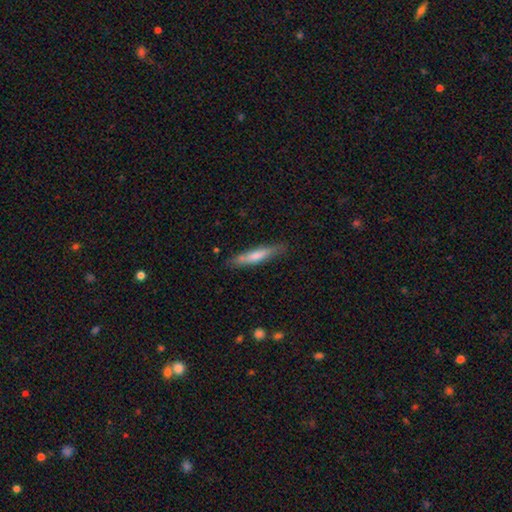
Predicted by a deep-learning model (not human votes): Smooth or featured: smooth — 69% (featured or disk — 25%)
How rounded: cigar-shaped — 87% (in between — 12%)
Merging: none — 79% (minor disturbance — 16%)